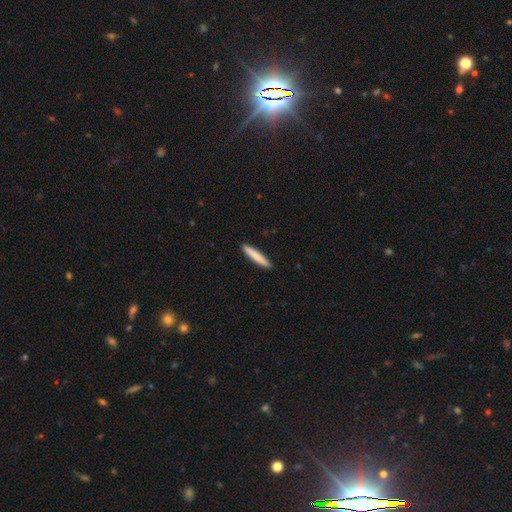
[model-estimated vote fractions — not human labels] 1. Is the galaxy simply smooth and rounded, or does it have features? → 80% smooth, 14% featured or disk, 6% star or artifact.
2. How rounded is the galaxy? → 94% cigar-shaped, 5% in between, 1% round.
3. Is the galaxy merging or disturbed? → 92% none, 6% minor disturbance, 1% major disturbance, 1% merger.